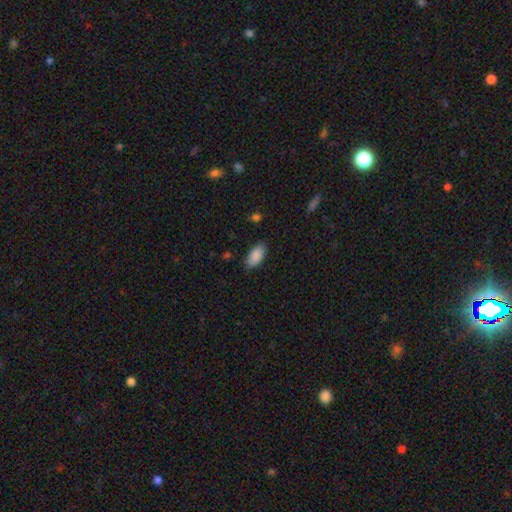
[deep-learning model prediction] This is clearly a smooth galaxy (89%). How rounded: clearly in between (92%). Merging: clearly none (84%).